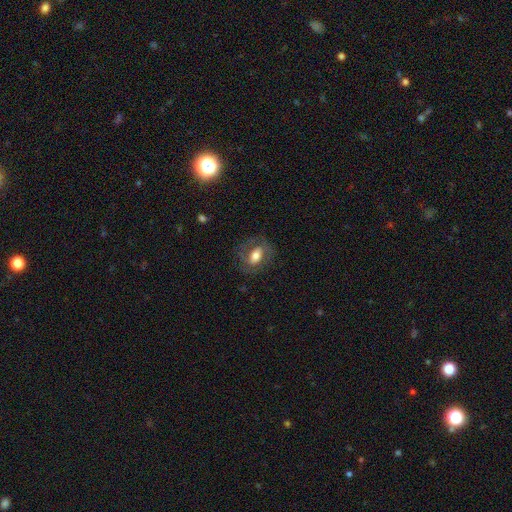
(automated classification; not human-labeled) Morphology: type=smooth (52%); roundness=in between (75%); merging=none (70%).